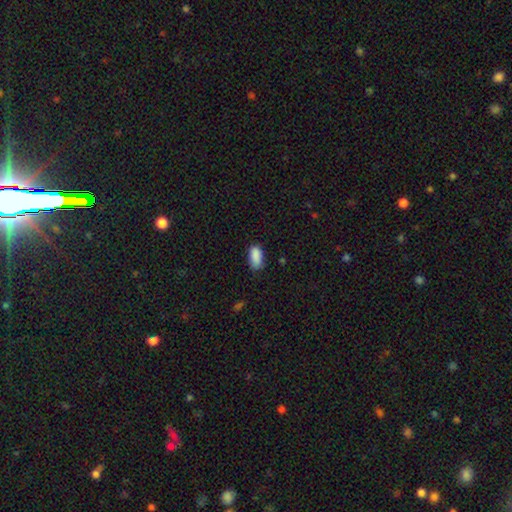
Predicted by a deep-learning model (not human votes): A smooth galaxy with no disk features (88%) that is in between round and cigar-shaped (92%).

Vote fractions:
- Smooth or featured? smooth: 88% / star or artifact: 8% / featured or disk: 4%
- How rounded? in between: 92% / cigar-shaped: 4% / round: 3%
- Merging? none: 70% / minor disturbance: 25% / major disturbance: 4% / merger: 2%